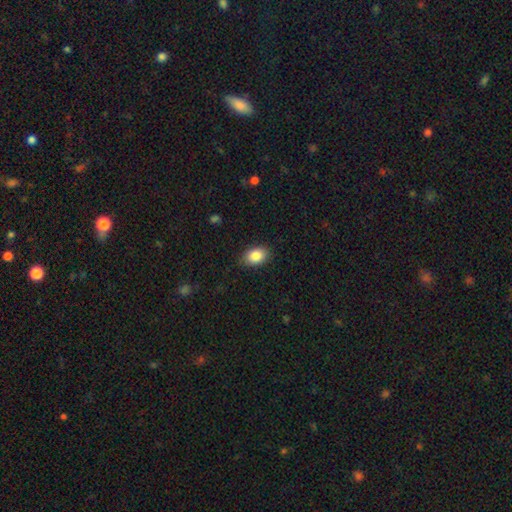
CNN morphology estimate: Smooth or featured? Predicted: smooth (p=0.87). How rounded? Predicted: in between (p=0.84). Merging? Predicted: none (p=0.83).